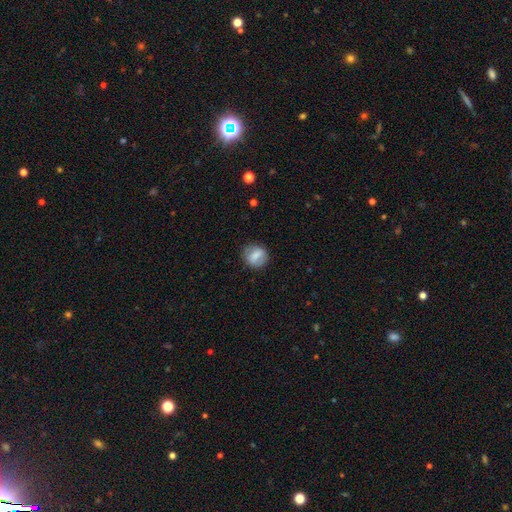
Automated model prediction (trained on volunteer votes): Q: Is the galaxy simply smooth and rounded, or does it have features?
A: smooth — 71%.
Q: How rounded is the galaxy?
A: round — 71%.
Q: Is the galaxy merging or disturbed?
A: none — 80%.